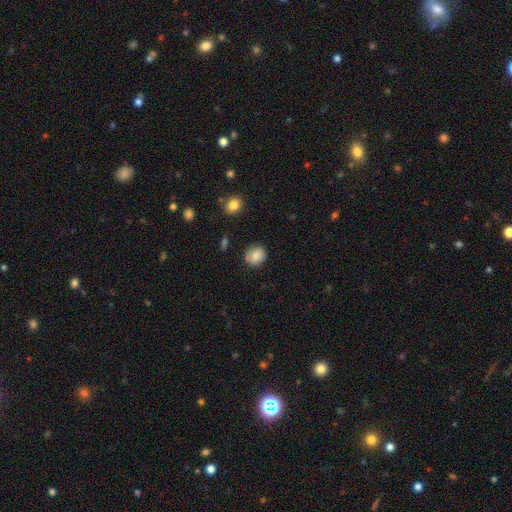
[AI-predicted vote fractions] A smooth galaxy with no disk features (84%) that is round (83%).

Vote fractions:
- Smooth or featured? smooth: 84% / star or artifact: 9% / featured or disk: 8%
- How rounded? round: 83% / in between: 16% / cigar-shaped: 1%
- Merging? none: 84% / minor disturbance: 11% / major disturbance: 3% / merger: 2%